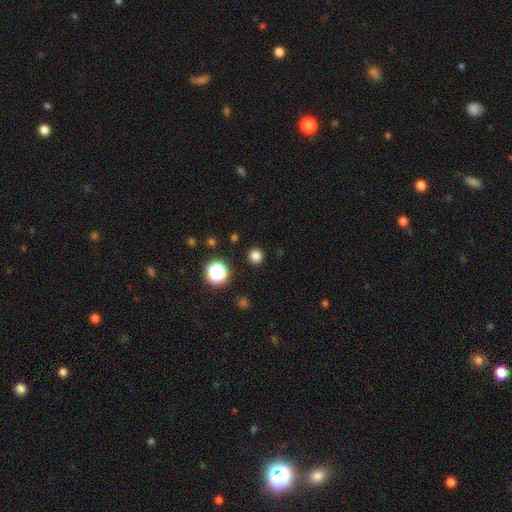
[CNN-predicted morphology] type=smooth (80%); roundness=round (94%); merging=none (91%).